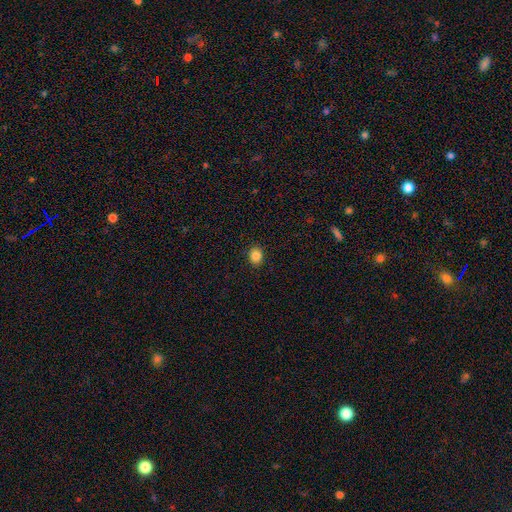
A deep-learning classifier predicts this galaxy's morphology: Smooth or featured? Predicted: smooth (p=0.86). How rounded? Predicted: round (p=0.63). Merging? Predicted: none (p=0.91).